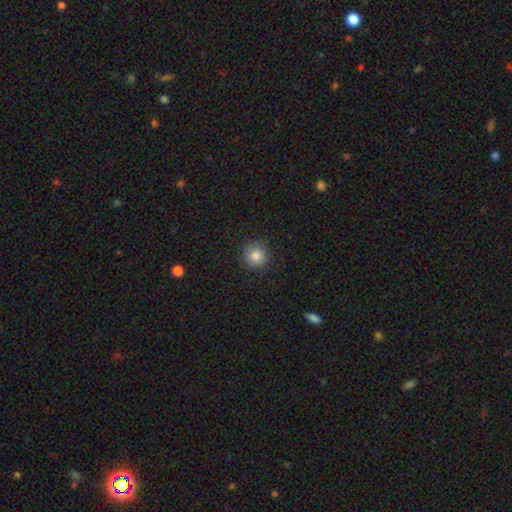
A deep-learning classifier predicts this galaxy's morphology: Smooth or featured? smooth (83%)
How rounded? round (94%)
Merging? none (89%)